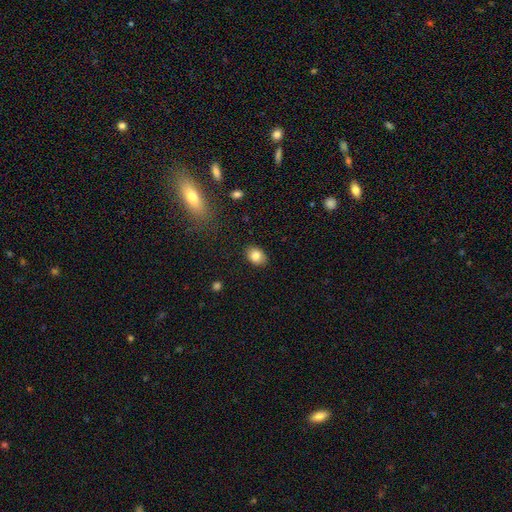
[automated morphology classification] This is clearly a smooth galaxy (84%). How rounded: likely in between (72%). Merging: clearly none (86%).